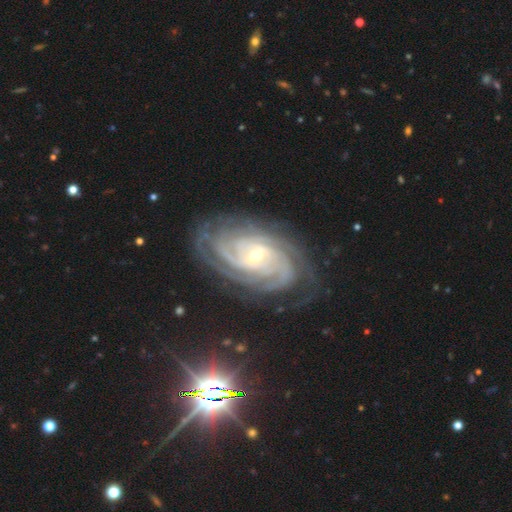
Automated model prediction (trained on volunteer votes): The model was most divided on "spiral arm count": 4: 27%, 3: 20%, can't tell: 19%, more than 4: 15%, 2: 12%, 1: 7%. More confident: spiral arms — yes (98%); edge-on disk — no (96%); smooth or featured — featured or disk (91%); spiral winding — tight (77%); merging — none (76%); bulge size — small (58%); bar — no (57%).